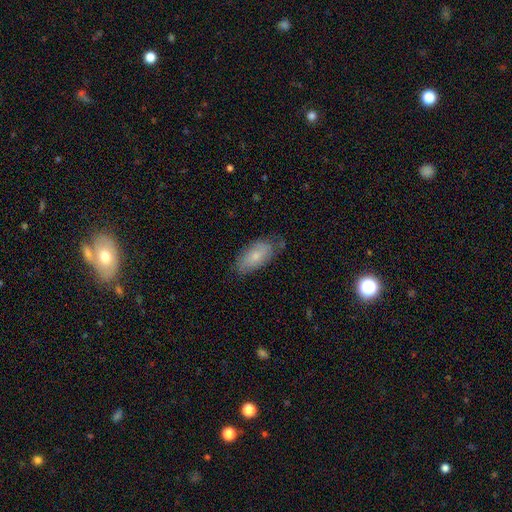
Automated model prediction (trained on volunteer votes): A smooth galaxy with no disk features (68%) that is in between round and cigar-shaped (90%).

Vote fractions:
- Smooth or featured? smooth: 68% / featured or disk: 26% / star or artifact: 7%
- How rounded? in between: 90% / cigar-shaped: 7% / round: 3%
- Merging? none: 68% / minor disturbance: 25% / major disturbance: 5% / merger: 2%